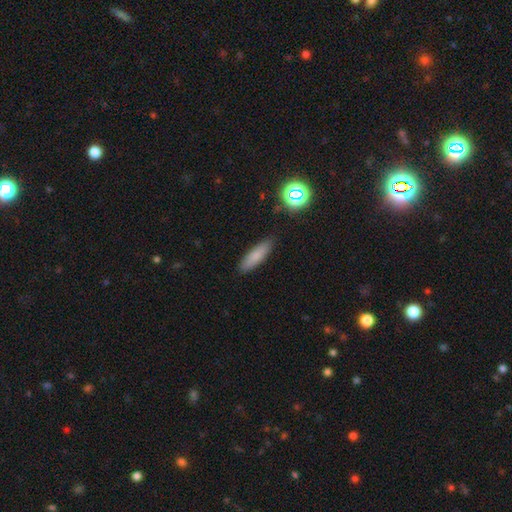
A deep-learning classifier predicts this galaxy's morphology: smooth_or_featured: smooth (p=0.78) [alt: featured or disk p=0.12]
how_rounded: cigar-shaped (p=0.60) [alt: in between p=0.38]
merging: none (p=0.86) [alt: minor disturbance p=0.11]